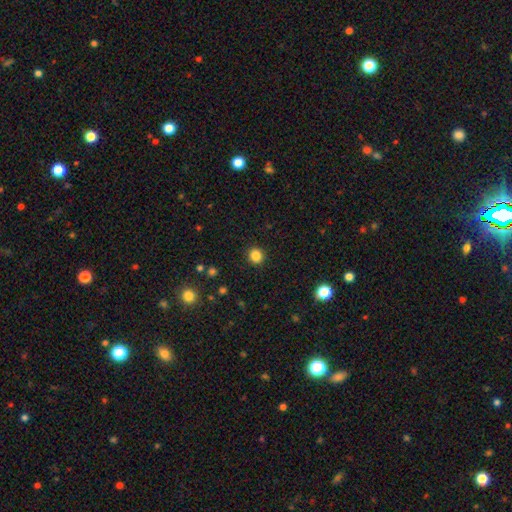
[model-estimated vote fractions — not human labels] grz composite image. It shows a smooth galaxy with no disk features (85%) that is round (88%). Merging: none (92%).